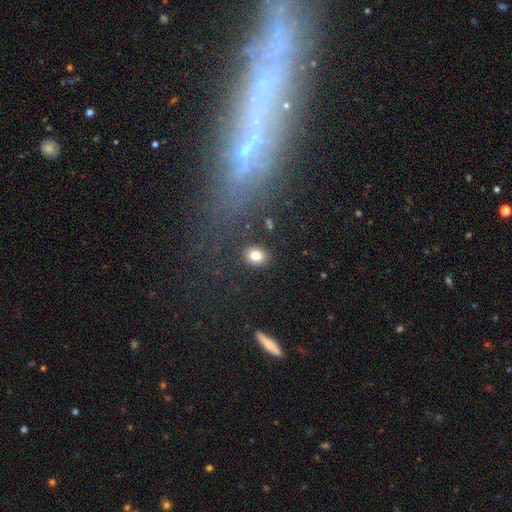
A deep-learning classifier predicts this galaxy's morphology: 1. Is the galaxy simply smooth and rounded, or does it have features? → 82% smooth, 11% star or artifact, 7% featured or disk.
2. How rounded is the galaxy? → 54% in between, 45% round, 1% cigar-shaped.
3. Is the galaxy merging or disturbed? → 86% none, 9% minor disturbance, 3% major disturbance, 2% merger.